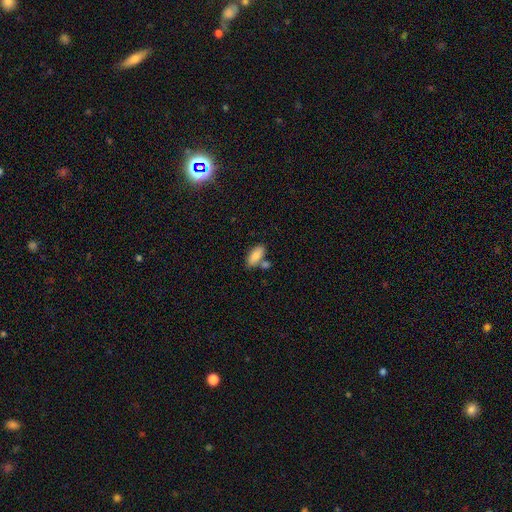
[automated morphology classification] smooth-or-featured: smooth: 81% | featured or disk: 12% | star or artifact: 7%
  how-rounded: in between: 87% | cigar-shaped: 11% | round: 3%
  merging: none: 67% | merger: 17% | minor disturbance: 13% | major disturbance: 3%